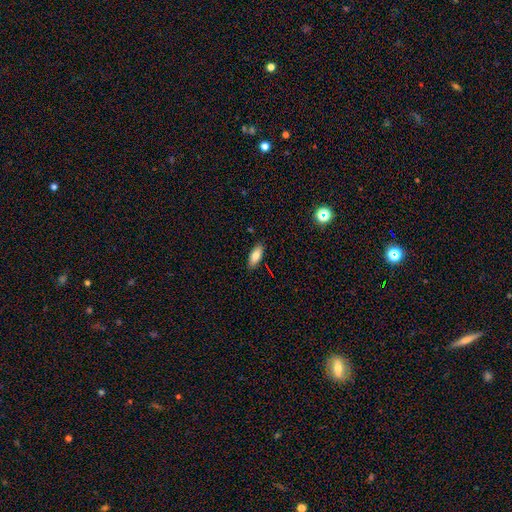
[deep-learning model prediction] Smooth or featured?
  - smooth: 77% *
  - featured or disk: 15%
  - star or artifact: 7%
How rounded?
  - in between: 79% *
  - cigar-shaped: 19%
  - round: 2%
Merging?
  - none: 87% *
  - minor disturbance: 10%
  - major disturbance: 2%
  - merger: 1%